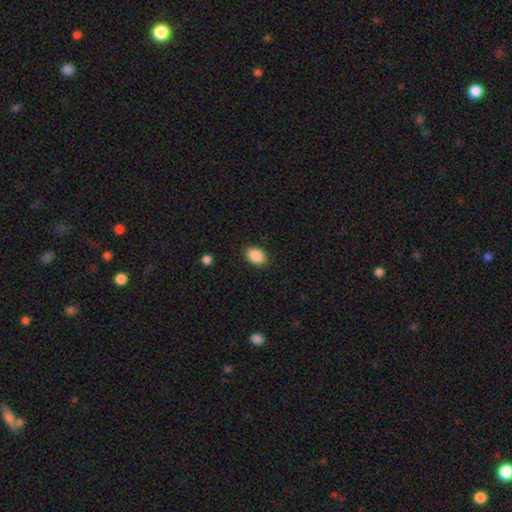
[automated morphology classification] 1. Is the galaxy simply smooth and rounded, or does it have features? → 90% smooth, 8% star or artifact, 3% featured or disk.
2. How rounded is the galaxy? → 79% in between, 20% round, 1% cigar-shaped.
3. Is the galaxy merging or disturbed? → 88% none, 9% minor disturbance, 2% major disturbance, 1% merger.